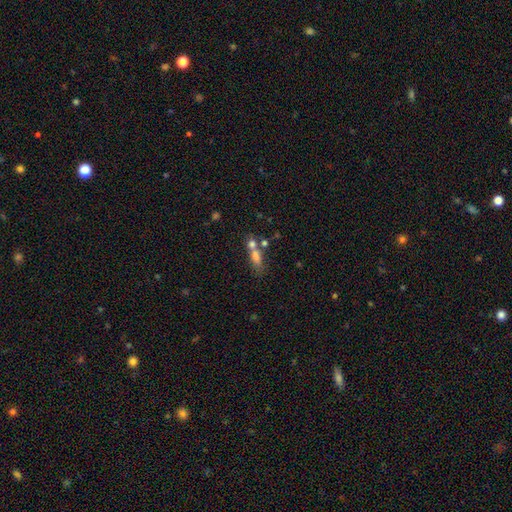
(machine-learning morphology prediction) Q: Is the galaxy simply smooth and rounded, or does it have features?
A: smooth — 69%.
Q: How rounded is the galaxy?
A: in between — 57%.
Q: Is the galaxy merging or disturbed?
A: merger — 46%.